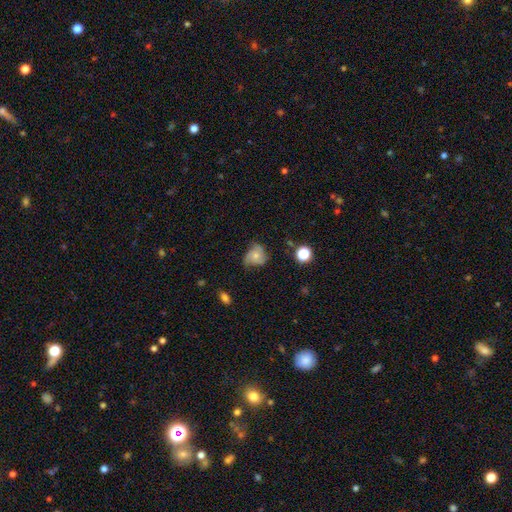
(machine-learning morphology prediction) Q: Smooth or featured?
A: smooth (49%); runner-up: featured or disk (40%)
Q: Merging?
A: none (46%); runner-up: minor disturbance (36%)